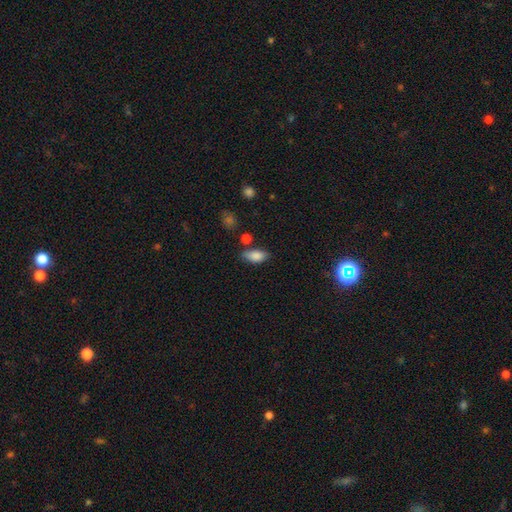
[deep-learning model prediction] smooth-or-featured: smooth: 84% | featured or disk: 8% | star or artifact: 8%
  how-rounded: in between: 88% | cigar-shaped: 8% | round: 4%
  merging: none: 67% | minor disturbance: 21% | merger: 7% | major disturbance: 5%